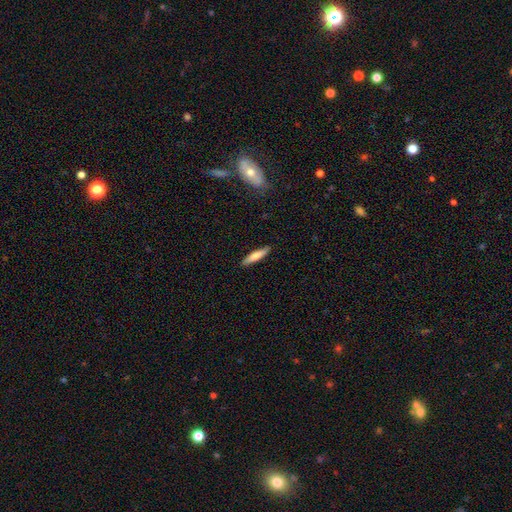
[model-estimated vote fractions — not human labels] smooth 70%, featured or disk 25%, star or artifact 6%. Down the decision tree: how rounded — cigar-shaped (83%); merging — none (89%).